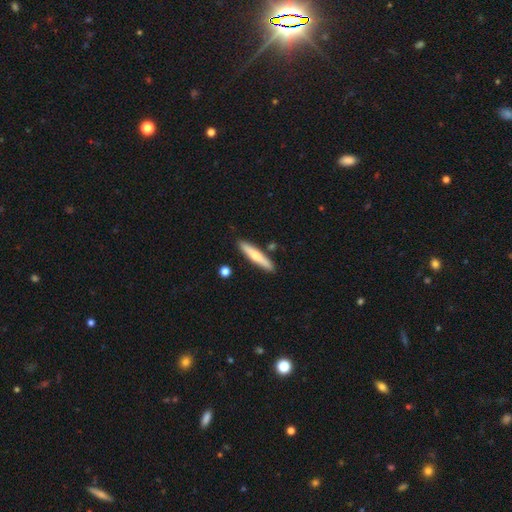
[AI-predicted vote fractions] Smooth or featured? Predicted: smooth (p=0.60). How rounded? Predicted: cigar-shaped (p=0.89). Merging? Predicted: none (p=0.86).